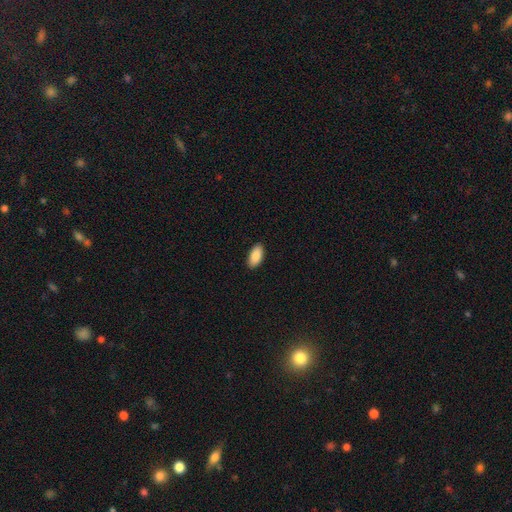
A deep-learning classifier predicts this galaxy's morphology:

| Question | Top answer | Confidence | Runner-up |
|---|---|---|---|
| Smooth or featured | smooth | 89% | star or artifact (6%) |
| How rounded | in between | 94% | cigar-shaped (4%) |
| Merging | none | 89% | minor disturbance (8%) |